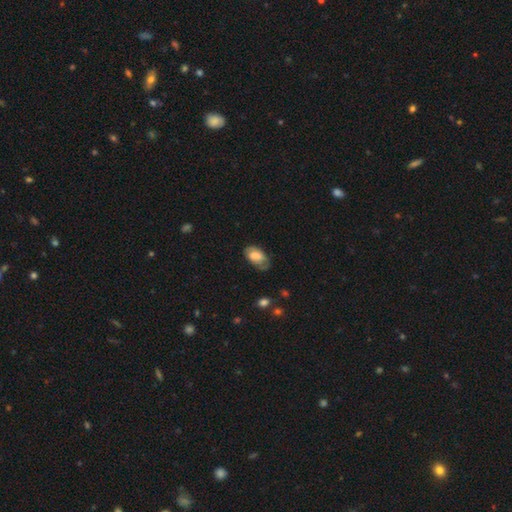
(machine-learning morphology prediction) This is likely a smooth galaxy (63%). How rounded: clearly in between (93%). Merging: possibly none (60%).